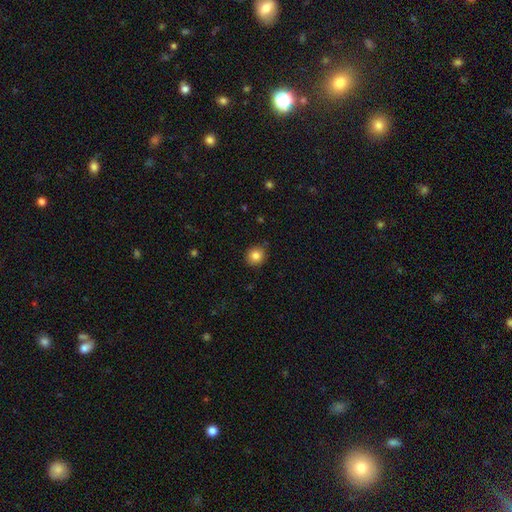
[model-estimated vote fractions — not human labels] Smooth or featured?
  - smooth: 84% *
  - star or artifact: 10%
  - featured or disk: 6%
How rounded?
  - round: 83% *
  - in between: 17%
  - cigar-shaped: 1%
Merging?
  - none: 87% *
  - minor disturbance: 10%
  - major disturbance: 2%
  - merger: 1%